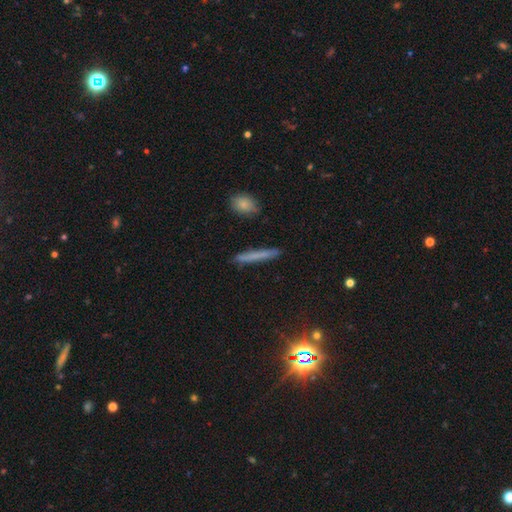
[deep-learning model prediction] smooth 65%, featured or disk 23%, star or artifact 12%. Down the decision tree: how rounded — cigar-shaped (94%); merging — none (88%).